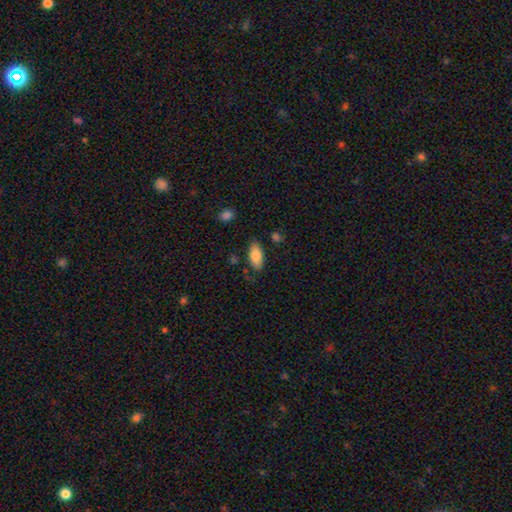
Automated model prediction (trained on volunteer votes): Smooth or featured? Predicted: smooth (p=0.81). How rounded? Predicted: in between (p=0.87). Merging? Predicted: none (p=0.78).